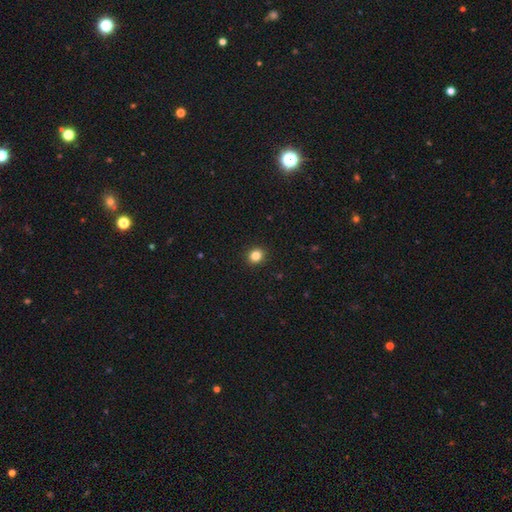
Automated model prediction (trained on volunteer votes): Q: Smooth or featured?
A: smooth (84%); runner-up: star or artifact (12%)
Q: How rounded?
A: round (84%); runner-up: in between (15%)
Q: Merging?
A: none (93%); runner-up: minor disturbance (5%)